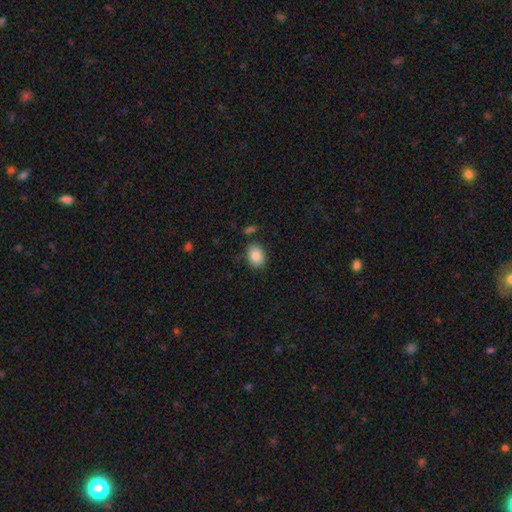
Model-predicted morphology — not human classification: This appears to be a smooth galaxy with no disk features (87%) that is in between round and cigar-shaped (67%). Merging: none (80%).